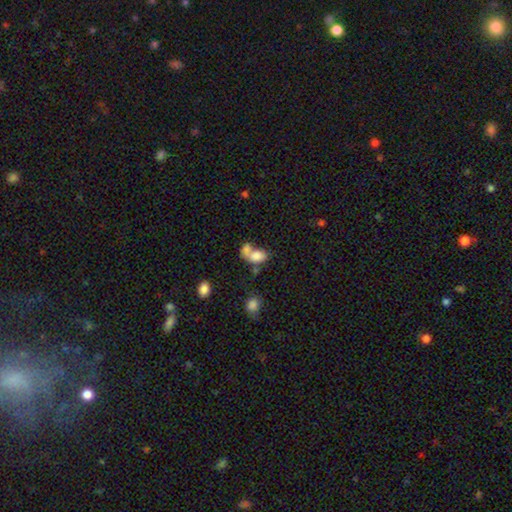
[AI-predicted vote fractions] smooth 78%, featured or disk 13%, star or artifact 9%. Down the decision tree: how rounded — in between (85%); merging — merger (63%).